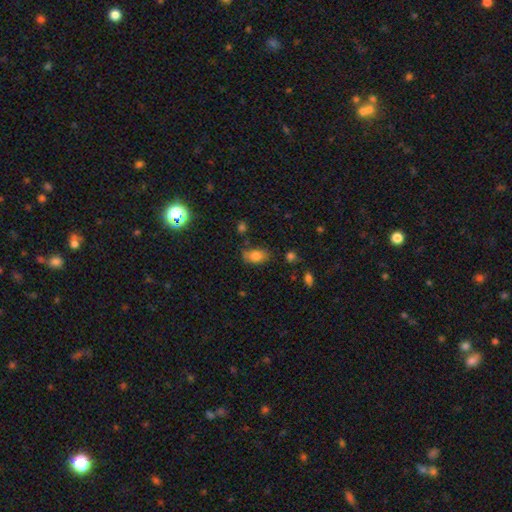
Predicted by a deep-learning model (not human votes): Smooth or featured? Predicted: smooth (p=0.79). How rounded? Predicted: in between (p=0.87). Merging? Predicted: none (p=0.70).